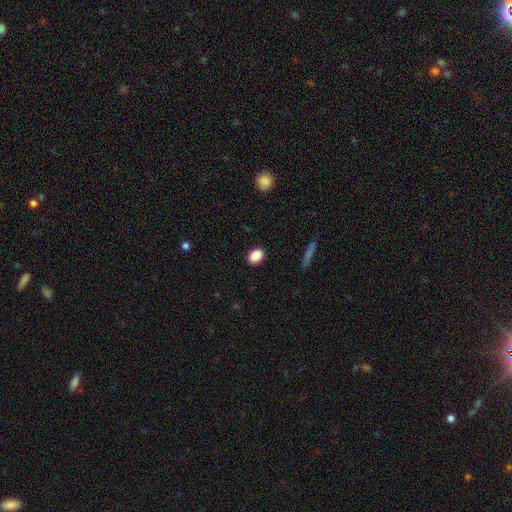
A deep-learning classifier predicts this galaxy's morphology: type=smooth (88%); roundness=in between (76%); merging=none (89%).